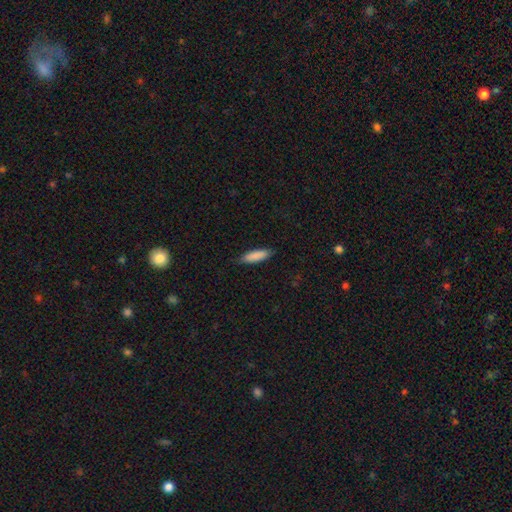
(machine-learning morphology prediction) smooth 87%, featured or disk 7%, star or artifact 6%. Down the decision tree: how rounded — cigar-shaped (60%); merging — none (85%).